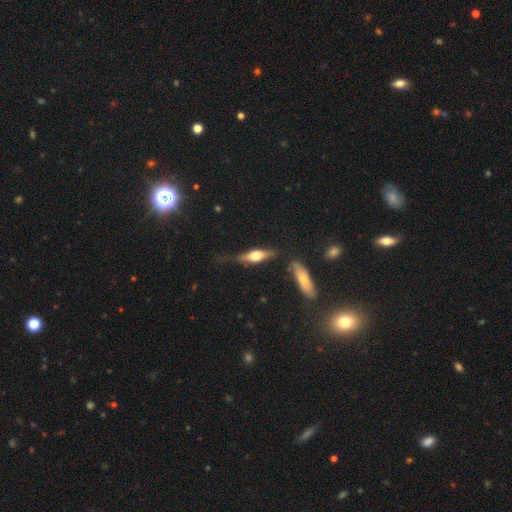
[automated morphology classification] A featured or disk galaxy (53%) viewed edge-on (88%).

Vote fractions:
- Smooth or featured? featured or disk: 53% / smooth: 40% / star or artifact: 7%
- Edge-on disk? yes: 88% / no: 12%
- Merging? none: 58% / minor disturbance: 24% / major disturbance: 11% / merger: 7%